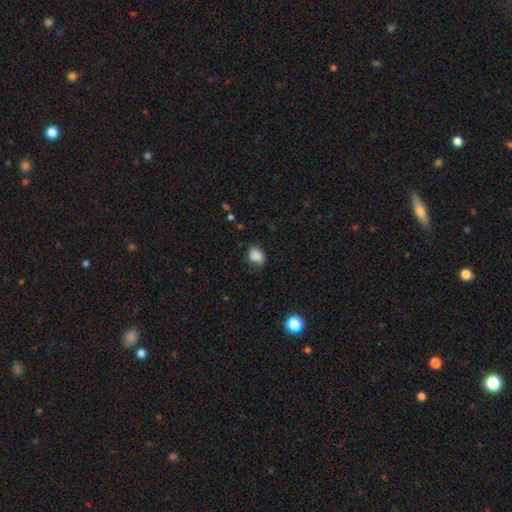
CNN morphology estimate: Overall: smooth (83%). How rounded: in between (65%; round 34%). Merging: none (60%; minor disturbance 28%).